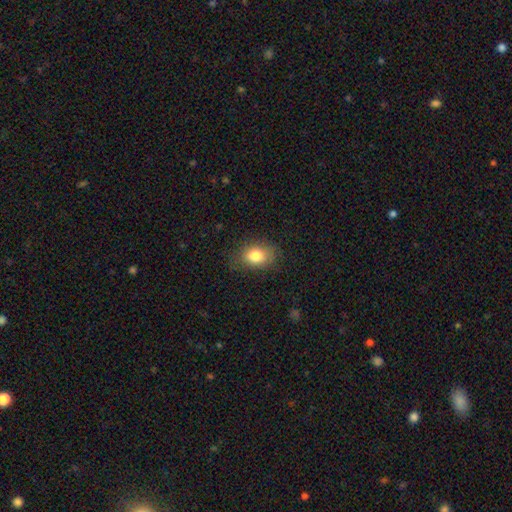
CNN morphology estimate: This is clearly a smooth galaxy (82%). How rounded: likely in between (71%). Merging: likely none (77%).